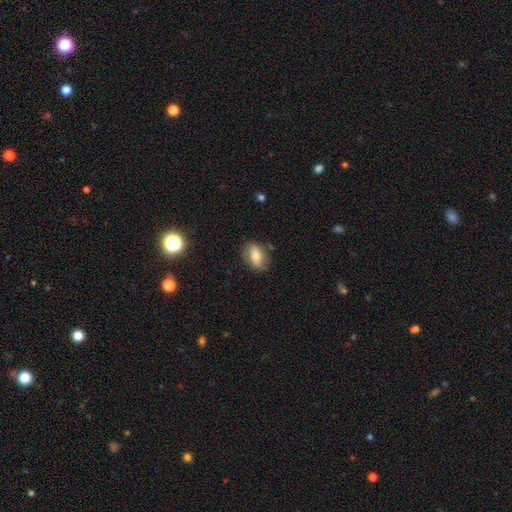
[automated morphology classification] smooth_or_featured: smooth (p=0.62) [alt: featured or disk p=0.29]
how_rounded: in between (p=0.78) [alt: round p=0.18]
merging: none (p=0.78) [alt: minor disturbance p=0.16]